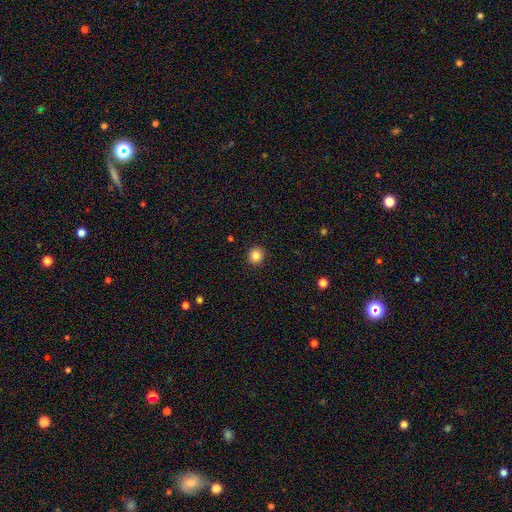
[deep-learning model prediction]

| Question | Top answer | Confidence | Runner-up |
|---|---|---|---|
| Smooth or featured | smooth | 85% | star or artifact (11%) |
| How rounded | round | 92% | in between (7%) |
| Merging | none | 93% | minor disturbance (5%) |